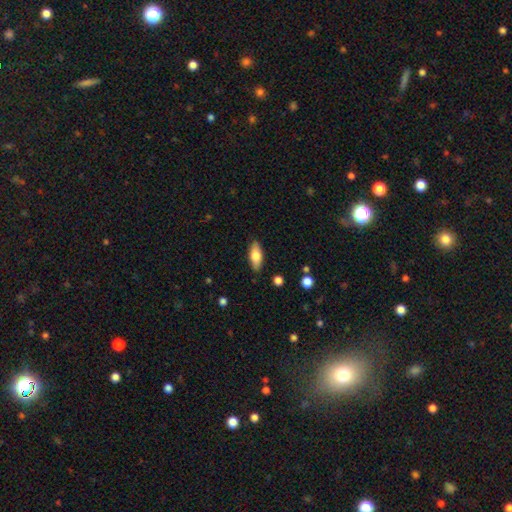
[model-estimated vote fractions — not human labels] Morphology: type=smooth (75%); roundness=in between (78%); merging=none (87%).